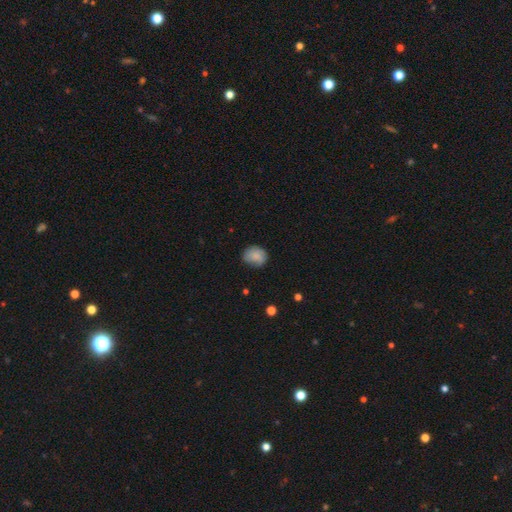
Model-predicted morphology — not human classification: Smooth or featured: smooth — 82% (featured or disk — 10%)
How rounded: round — 56% (in between — 44%)
Merging: none — 69% (minor disturbance — 25%)